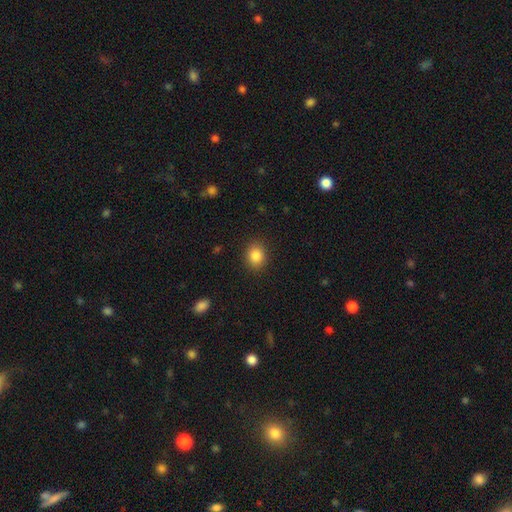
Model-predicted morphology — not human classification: smooth 86%, star or artifact 10%, featured or disk 5%. Down the decision tree: how rounded — round (57%); merging — none (88%).